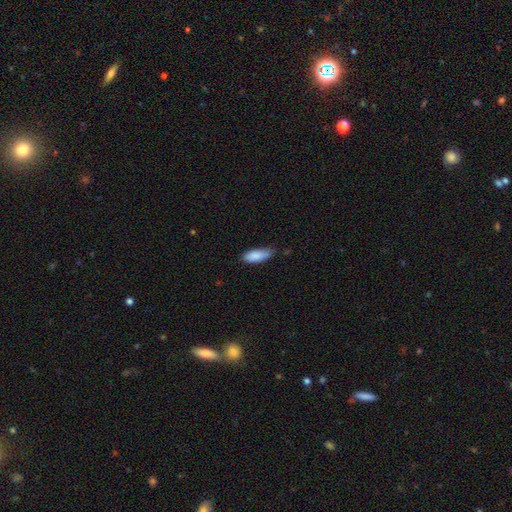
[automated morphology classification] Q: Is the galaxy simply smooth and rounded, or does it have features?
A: smooth — 88%.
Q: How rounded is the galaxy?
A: in between — 73%.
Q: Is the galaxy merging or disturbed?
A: none — 68%.